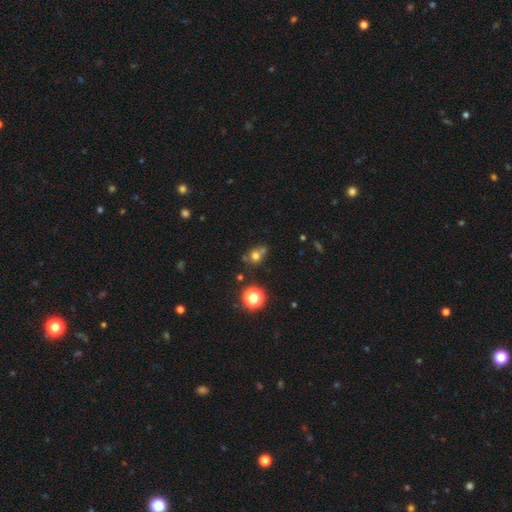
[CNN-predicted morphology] smooth_or_featured: smooth (p=0.69) [alt: star or artifact p=0.20]
how_rounded: round (p=0.78) [alt: in between p=0.21]
merging: none (p=0.54) [alt: merger p=0.24]